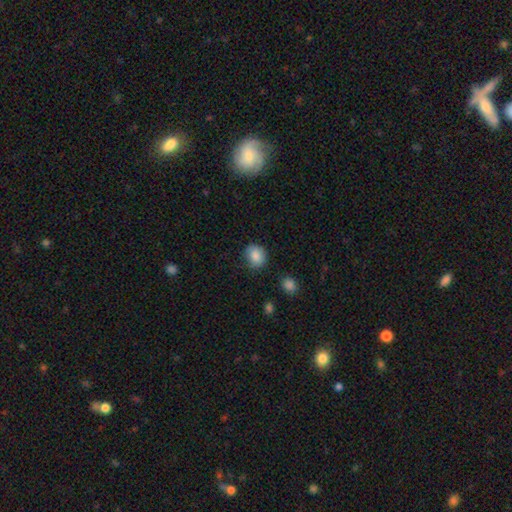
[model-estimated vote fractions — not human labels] Smooth or featured: smooth — 86% (star or artifact — 9%)
How rounded: round — 61% (in between — 38%)
Merging: none — 77% (minor disturbance — 17%)